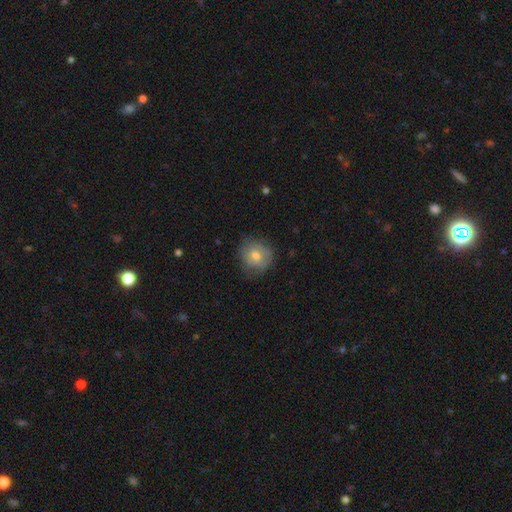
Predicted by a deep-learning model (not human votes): smooth-or-featured: smooth: 55% | featured or disk: 36% | star or artifact: 9%
  how-rounded: round: 81% | in between: 18% | cigar-shaped: 1%
  merging: none: 69% | minor disturbance: 23% | major disturbance: 7% | merger: 1%